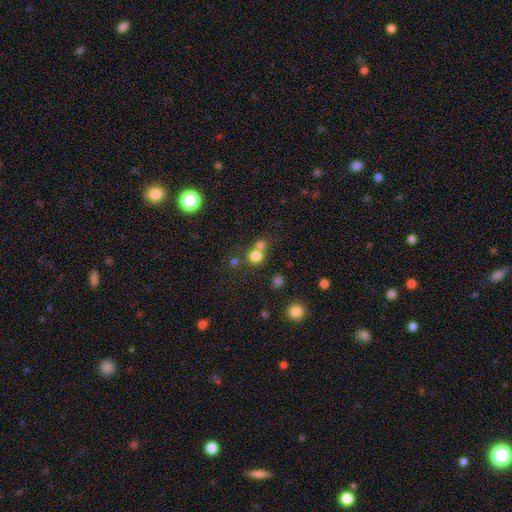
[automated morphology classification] Smooth or featured? smooth (77%)
How rounded? round (85%)
Merging? none (52%)